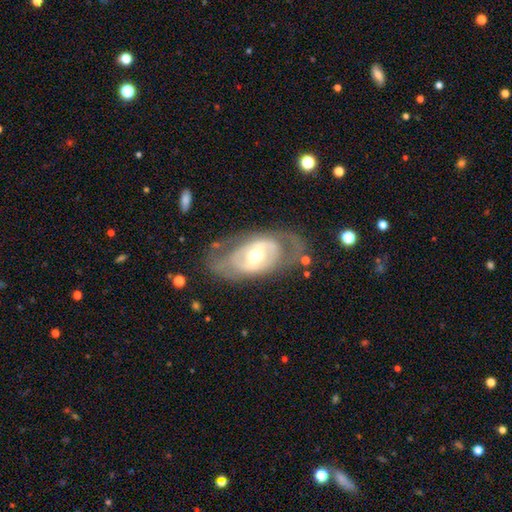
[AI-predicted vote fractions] This appears to be a featured or disk galaxy (76%) with a weak bar (36%), spiral arms (50%, tied with no) and a moderate central bulge (66%). Merging: none (67%).